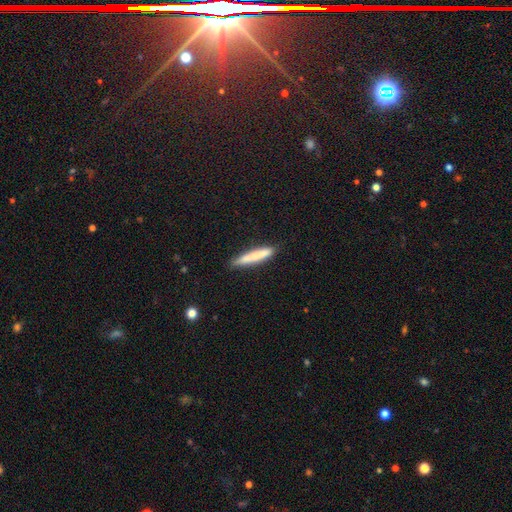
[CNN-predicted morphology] smooth-or-featured: smooth: 74% | featured or disk: 20% | star or artifact: 6%
  how-rounded: cigar-shaped: 93% | in between: 6% | round: 1%
  merging: none: 85% | minor disturbance: 12% | major disturbance: 2% | merger: 2%